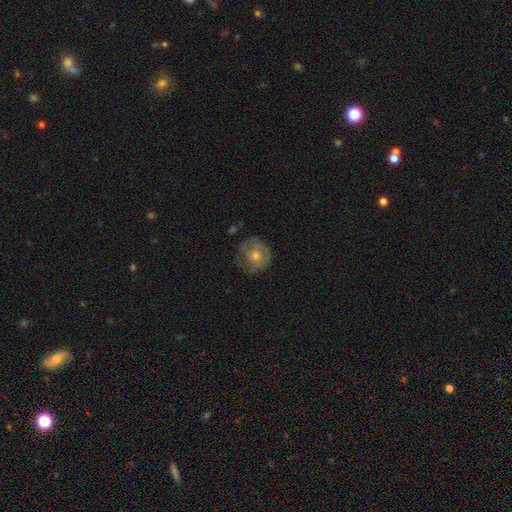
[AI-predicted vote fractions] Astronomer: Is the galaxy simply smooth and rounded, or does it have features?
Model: featured or disk — 51% (runner-up: smooth, 40%).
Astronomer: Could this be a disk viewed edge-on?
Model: no — 97%.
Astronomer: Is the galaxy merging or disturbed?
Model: none — 70%.